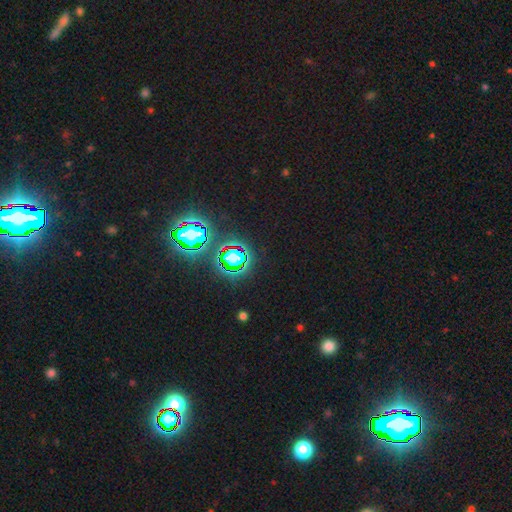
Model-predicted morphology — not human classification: The model was most divided on "smooth or featured": star or artifact: 79%, smooth: 14%, featured or disk: 7%.